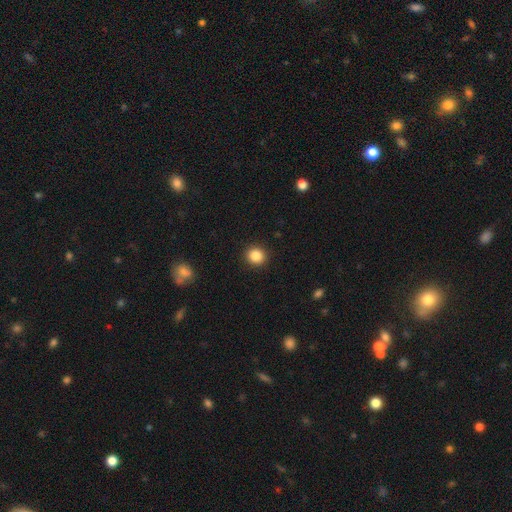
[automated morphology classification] smooth 86%, star or artifact 10%, featured or disk 4%. Down the decision tree: how rounded — round (91%); merging — none (92%).